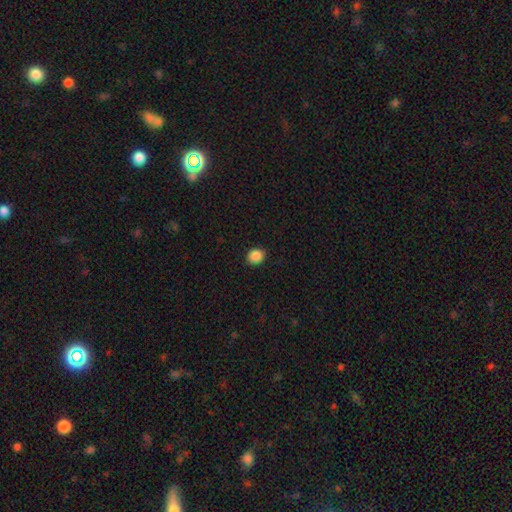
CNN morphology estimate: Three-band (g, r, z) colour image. It shows a smooth galaxy with no disk features (88%) that is round (74%). Merging: none (91%).